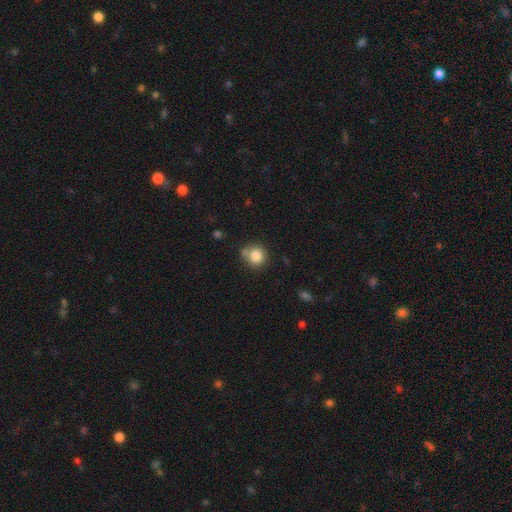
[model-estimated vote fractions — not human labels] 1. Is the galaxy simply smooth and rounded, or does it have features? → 83% smooth, 10% star or artifact, 7% featured or disk.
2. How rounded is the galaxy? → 89% round, 10% in between, 1% cigar-shaped.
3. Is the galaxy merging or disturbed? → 67% none, 17% minor disturbance, 12% merger, 4% major disturbance.